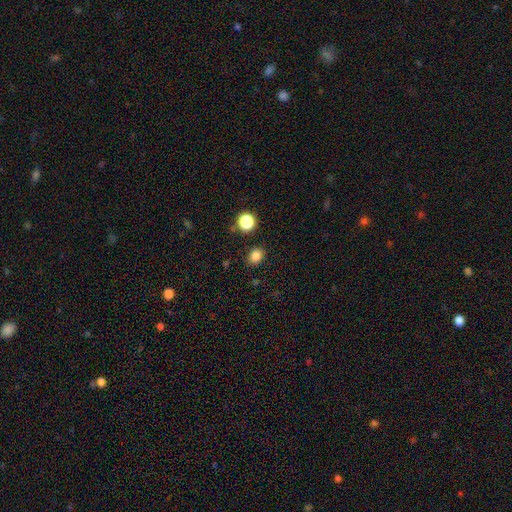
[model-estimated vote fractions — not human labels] Smooth or featured? Predicted: smooth (p=0.83). How rounded? Predicted: round (p=0.55). Merging? Predicted: none (p=0.86).